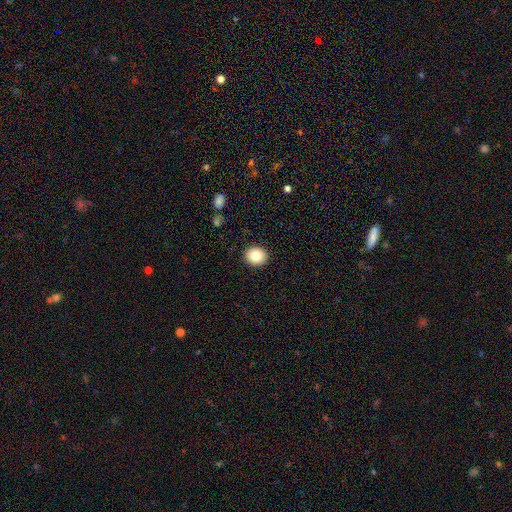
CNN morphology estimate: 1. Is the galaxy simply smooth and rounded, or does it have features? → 83% smooth, 9% featured or disk, 8% star or artifact.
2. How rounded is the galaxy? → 70% round, 29% in between, 1% cigar-shaped.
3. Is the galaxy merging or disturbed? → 91% none, 6% minor disturbance, 2% major disturbance, 1% merger.